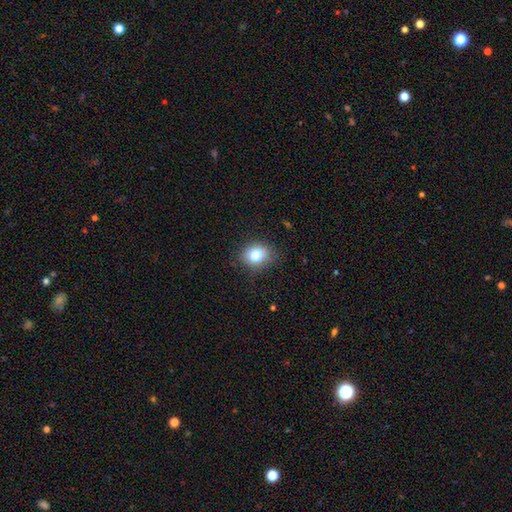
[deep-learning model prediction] Smooth or featured? smooth (80%)
How rounded? round (56%)
Merging? none (80%)